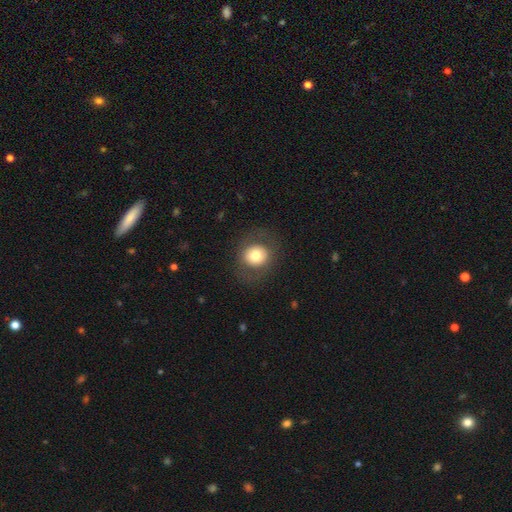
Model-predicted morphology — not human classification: type=smooth (71%); roundness=round (83%); merging=none (82%).